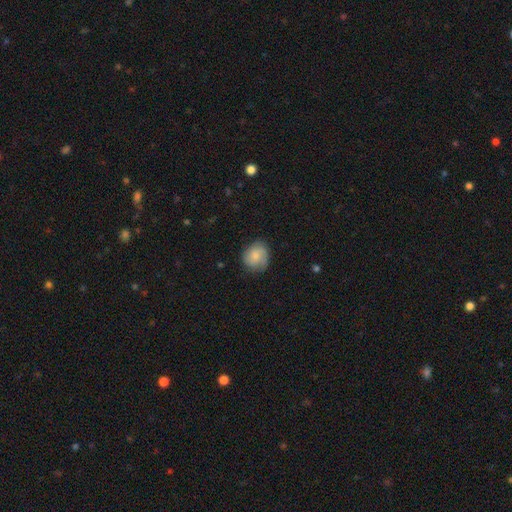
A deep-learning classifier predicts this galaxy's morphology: Smooth or featured: smooth — 68% (featured or disk — 25%)
How rounded: round — 74% (in between — 25%)
Merging: none — 72% (minor disturbance — 21%)